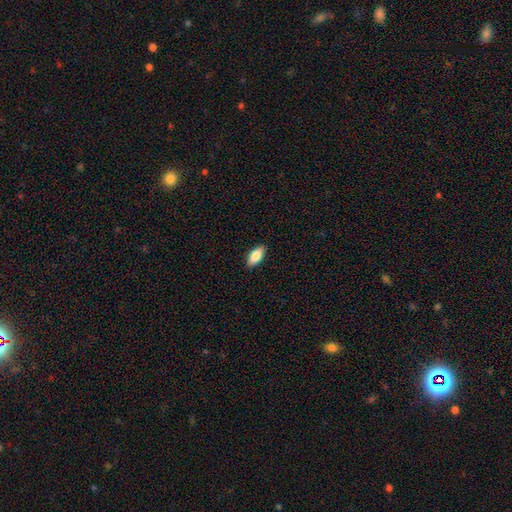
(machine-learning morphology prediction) Overall: smooth (82%). How rounded: in between (85%). Merging: none (89%).